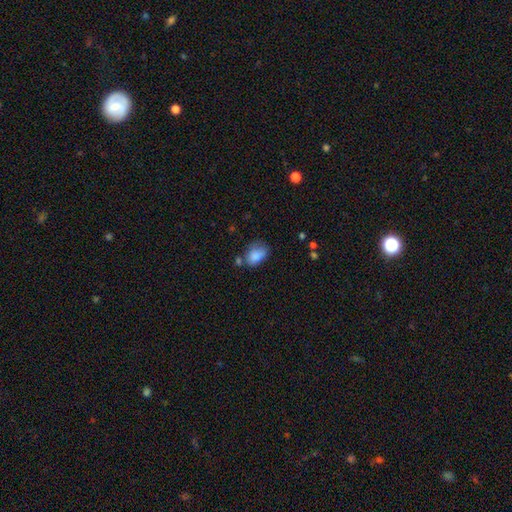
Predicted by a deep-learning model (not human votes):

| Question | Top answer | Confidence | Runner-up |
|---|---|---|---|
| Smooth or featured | smooth | 83% | star or artifact (9%) |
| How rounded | in between | 81% | round (18%) |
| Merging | none | 48% | minor disturbance (29%) |